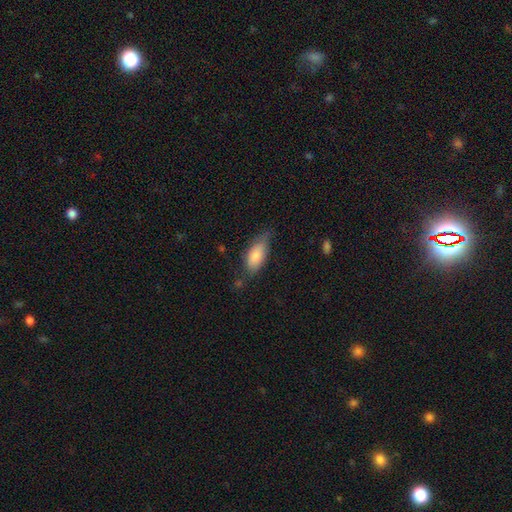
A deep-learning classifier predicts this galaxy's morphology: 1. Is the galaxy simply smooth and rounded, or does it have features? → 83% smooth, 11% featured or disk, 6% star or artifact.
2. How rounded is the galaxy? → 85% in between, 13% cigar-shaped, 2% round.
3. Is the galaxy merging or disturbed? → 57% none, 32% minor disturbance, 8% major disturbance, 3% merger.